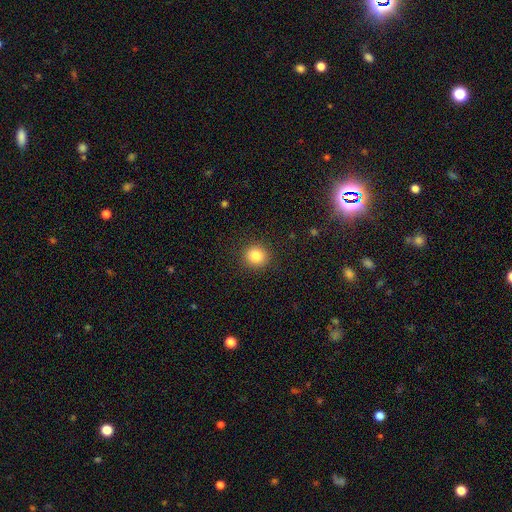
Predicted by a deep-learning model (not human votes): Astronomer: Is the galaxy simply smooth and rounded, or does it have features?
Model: smooth — 83%.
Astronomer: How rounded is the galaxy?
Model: round — 89%.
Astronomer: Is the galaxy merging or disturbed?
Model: none — 91%.